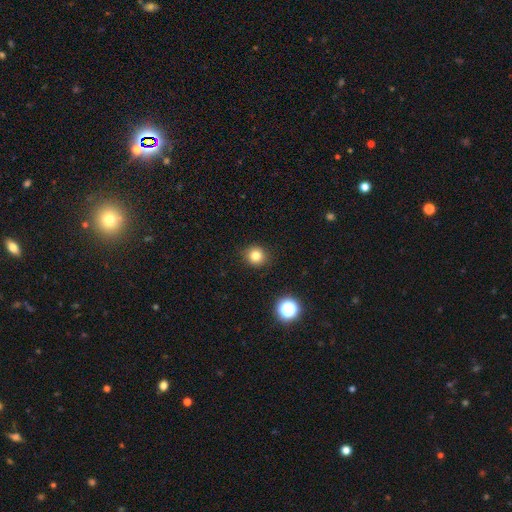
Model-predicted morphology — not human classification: Overall: smooth (80%). How rounded: round (89%). Merging: none (90%).